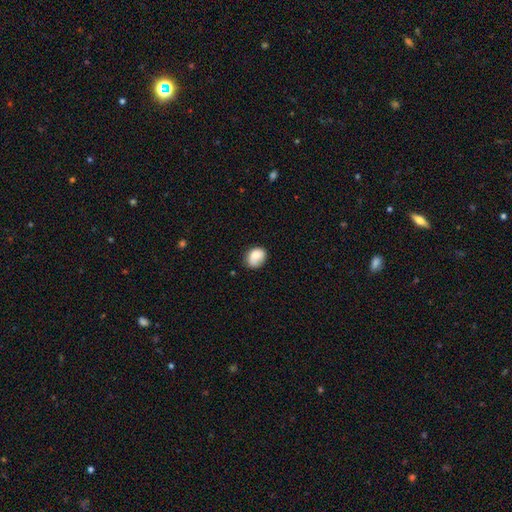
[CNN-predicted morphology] The model was most divided on "how rounded": in between: 53%, round: 46%, cigar-shaped: 1%. More confident: smooth or featured — smooth (80%); merging — none (65%).